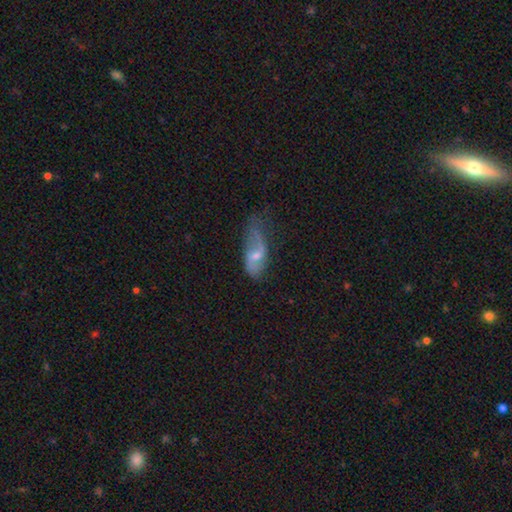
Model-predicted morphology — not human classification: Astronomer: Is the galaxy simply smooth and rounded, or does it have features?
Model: featured or disk — 67%.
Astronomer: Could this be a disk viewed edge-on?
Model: no — 91%.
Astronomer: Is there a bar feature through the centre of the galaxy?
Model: weak — 47% (runner-up: no, 40%).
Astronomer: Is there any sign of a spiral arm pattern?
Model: yes — 84%.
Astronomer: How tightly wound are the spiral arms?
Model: loose — 72%.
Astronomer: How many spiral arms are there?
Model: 2 — 78%.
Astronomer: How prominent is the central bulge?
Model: small — 49% (runner-up: moderate, 42%).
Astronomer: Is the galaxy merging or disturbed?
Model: none — 43% (runner-up: minor disturbance, 32%).